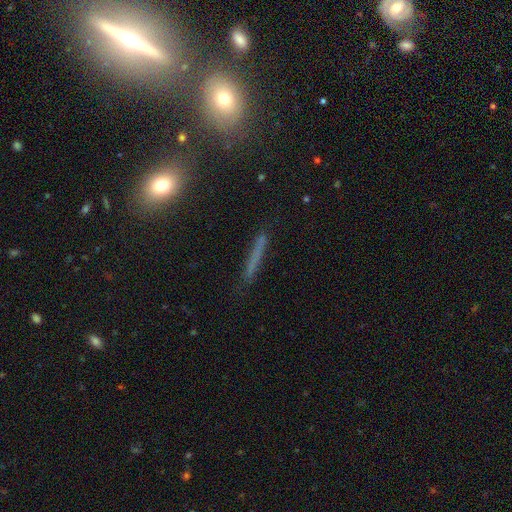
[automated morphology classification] smooth_or_featured: smooth (p=0.51) [alt: featured or disk p=0.32]
how_rounded: cigar-shaped (p=0.92) [alt: in between p=0.05]
merging: none (p=0.82) [alt: minor disturbance p=0.12]